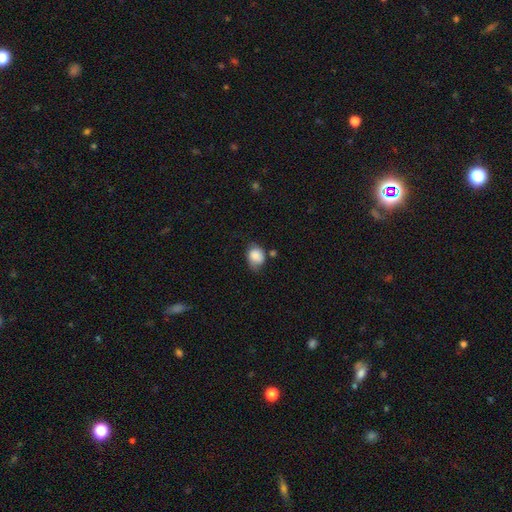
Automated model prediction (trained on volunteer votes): smooth_or_featured: smooth (p=0.82) [alt: featured or disk p=0.10]
how_rounded: round (p=0.50) [alt: in between p=0.49]
merging: none (p=0.48) [alt: minor disturbance p=0.35]